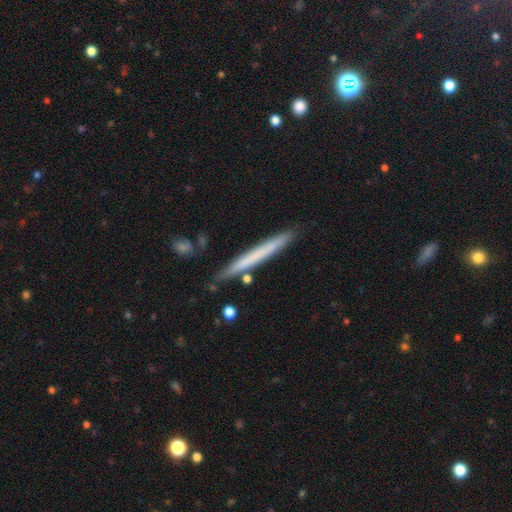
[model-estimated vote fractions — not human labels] This appears to be a smooth galaxy with no disk features (58%) that is cigar-shaped (97%). Merging: none (87%).